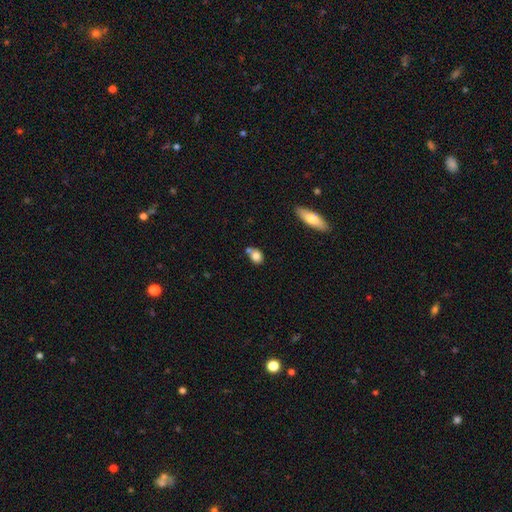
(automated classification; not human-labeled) Smooth or featured? Predicted: smooth (p=0.81). How rounded? Predicted: round (p=0.54). Merging? Predicted: none (p=0.52).